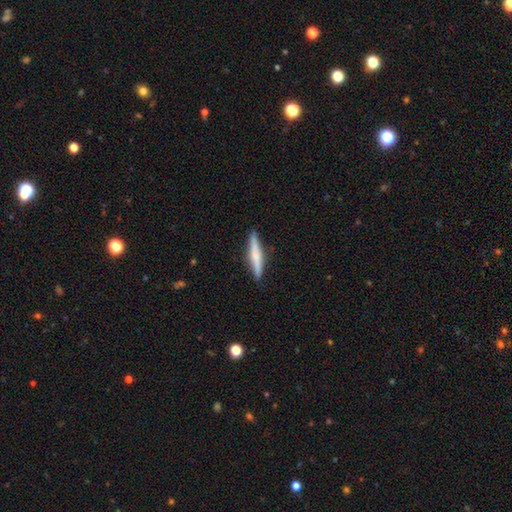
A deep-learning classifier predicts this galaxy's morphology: Q: Smooth or featured?
A: smooth (49%); runner-up: featured or disk (45%)
Q: Merging?
A: none (89%); runner-up: minor disturbance (8%)